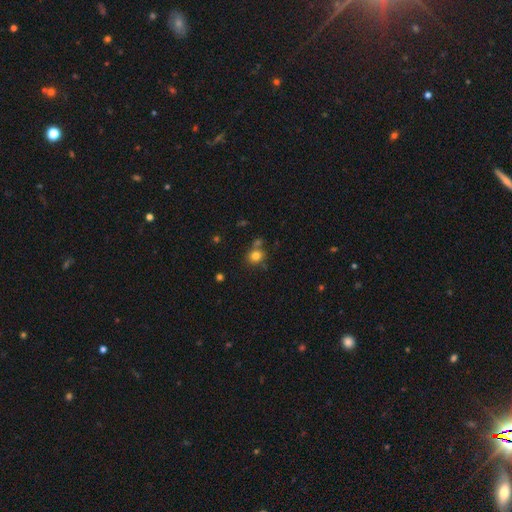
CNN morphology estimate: smooth 79%, star or artifact 13%, featured or disk 8%. Down the decision tree: how rounded — round (79%); merging — none (67%).